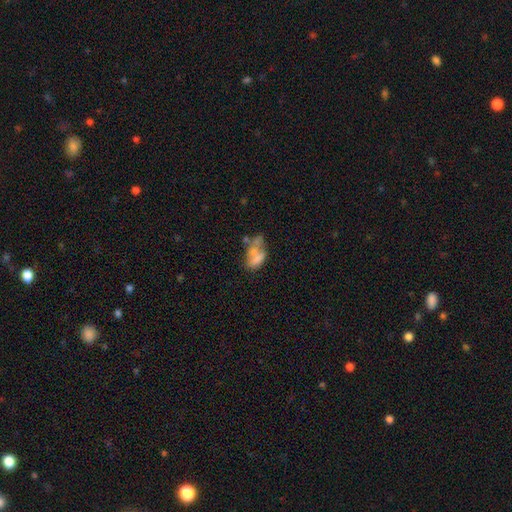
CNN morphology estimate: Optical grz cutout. It shows a smooth galaxy with no disk features (51%) that is in between round and cigar-shaped (88%). Merging: merger (38%).